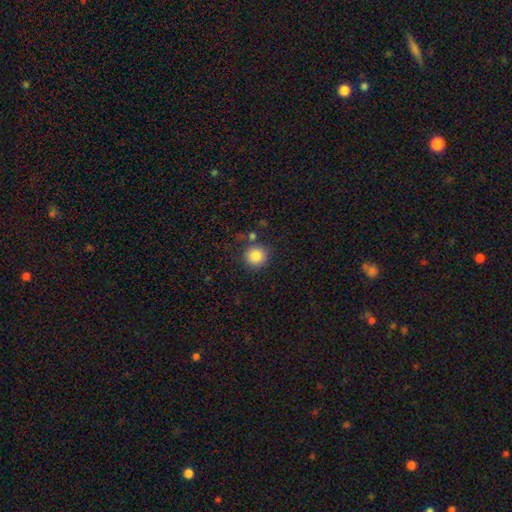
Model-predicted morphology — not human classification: The model was most divided on "merging": none: 78%, minor disturbance: 11%, merger: 7%, major disturbance: 4%. More confident: how rounded — round (93%); smooth or featured — smooth (86%).